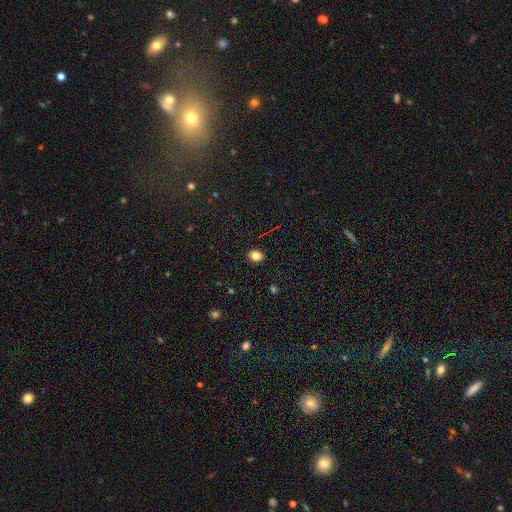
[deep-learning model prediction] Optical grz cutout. It shows a smooth galaxy with no disk features (81%) that is round (53%). Merging: none (90%).